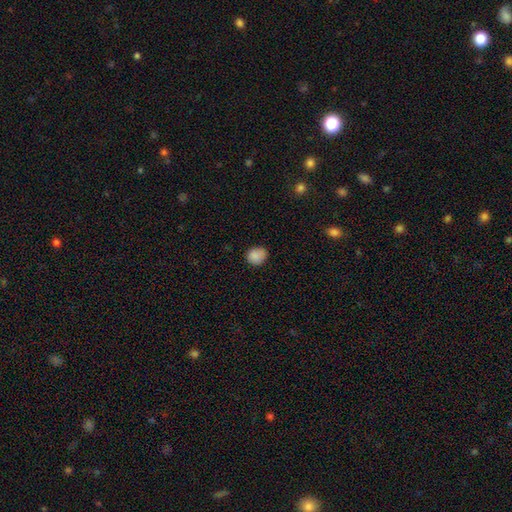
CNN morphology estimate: Smooth or featured? Predicted: smooth (p=0.87). How rounded? Predicted: round (p=0.69). Merging? Predicted: none (p=0.76).